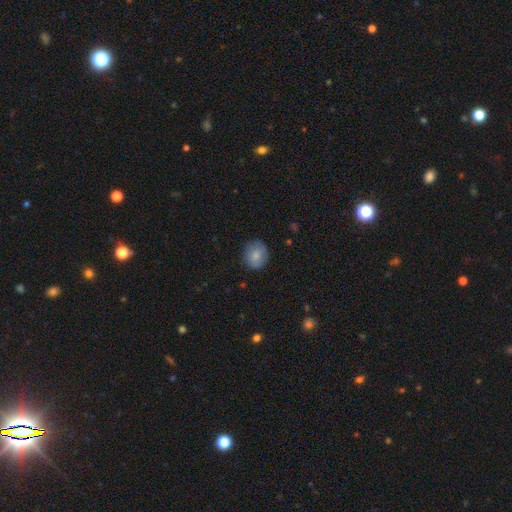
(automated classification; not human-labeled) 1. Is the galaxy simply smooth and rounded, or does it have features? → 82% smooth, 10% featured or disk, 8% star or artifact.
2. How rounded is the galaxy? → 72% round, 27% in between, 1% cigar-shaped.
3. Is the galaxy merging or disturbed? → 83% none, 13% minor disturbance, 3% major disturbance, 1% merger.